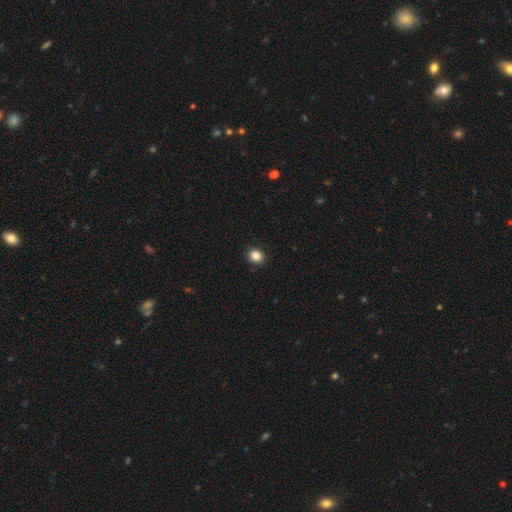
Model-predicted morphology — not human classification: This appears to be a smooth galaxy with no disk features (87%) that is round (64%). Merging: none (91%).